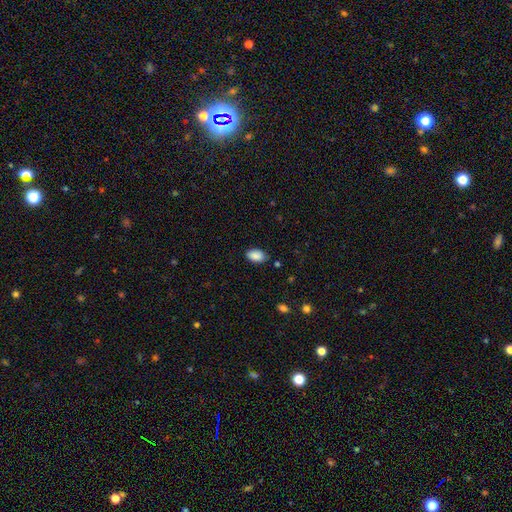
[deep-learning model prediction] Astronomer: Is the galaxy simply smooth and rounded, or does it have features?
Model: smooth — 89%.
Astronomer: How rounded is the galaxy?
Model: in between — 92%.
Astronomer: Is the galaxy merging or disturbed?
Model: none — 84%.